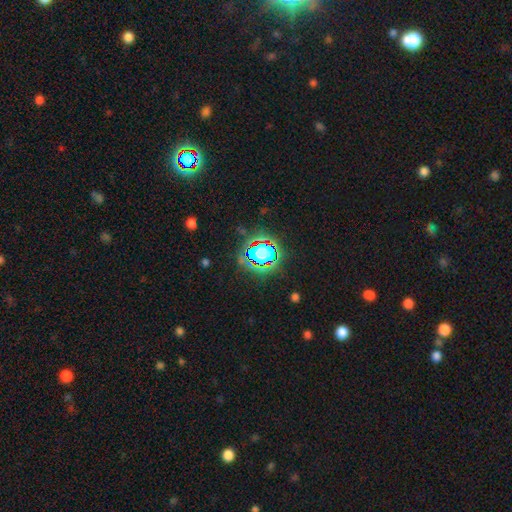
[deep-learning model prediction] The model was most divided on "smooth or featured": star or artifact: 79%, smooth: 13%, featured or disk: 8%.